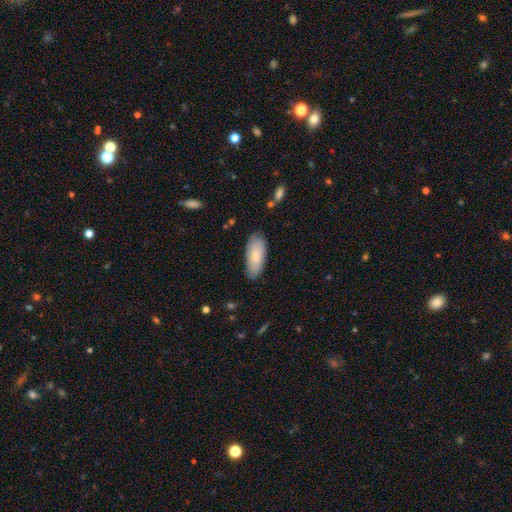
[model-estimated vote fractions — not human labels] Q: Smooth or featured?
A: smooth (74%); runner-up: featured or disk (20%)
Q: How rounded?
A: in between (84%); runner-up: cigar-shaped (14%)
Q: Merging?
A: none (80%); runner-up: minor disturbance (15%)